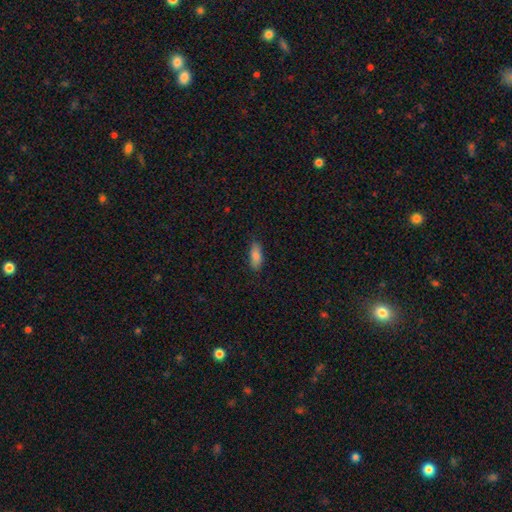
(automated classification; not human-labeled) Smooth or featured: smooth — 83% (featured or disk — 10%)
How rounded: in between — 75% (cigar-shaped — 22%)
Merging: none — 84% (minor disturbance — 13%)